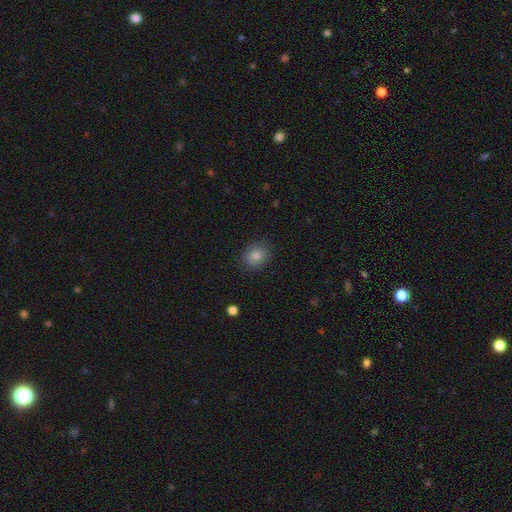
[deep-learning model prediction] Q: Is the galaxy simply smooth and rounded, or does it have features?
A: smooth — 83%.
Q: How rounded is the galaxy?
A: round — 55%.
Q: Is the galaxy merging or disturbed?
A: none — 87%.